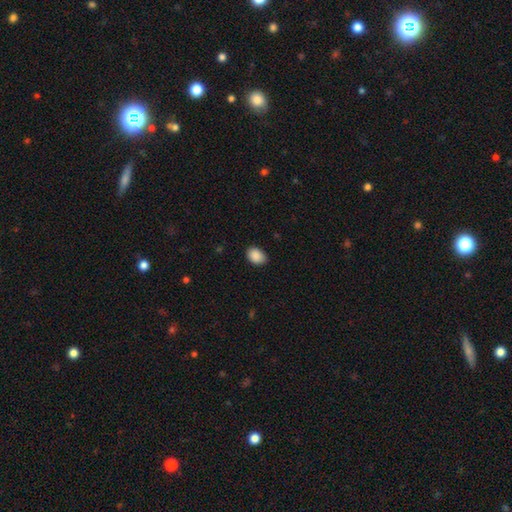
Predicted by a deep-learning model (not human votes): Q: Smooth or featured?
A: smooth (90%); runner-up: star or artifact (7%)
Q: How rounded?
A: in between (77%); runner-up: round (22%)
Q: Merging?
A: none (83%); runner-up: minor disturbance (14%)